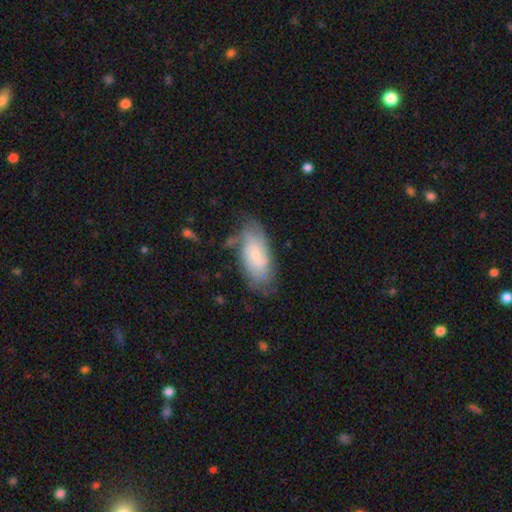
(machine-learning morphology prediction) Smooth or featured? featured or disk (56%)
Edge-on disk? no (92%)
Bar? no (67%)
Spiral arms? yes (82%)
Bulge size? small (66%)
Merging? none (61%)